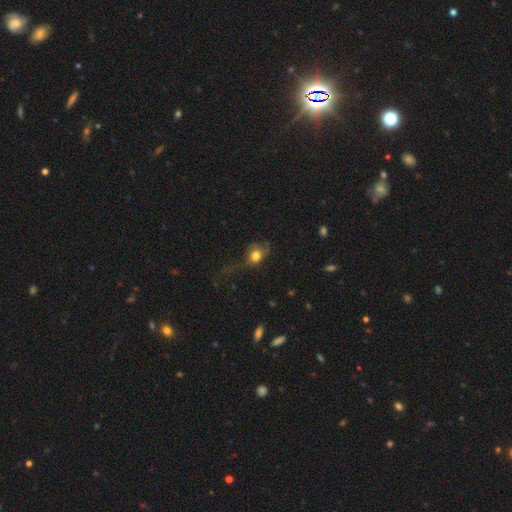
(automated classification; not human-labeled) A smooth galaxy with no disk features (75%) that is round (58%). Merging: major disturbance (39%).